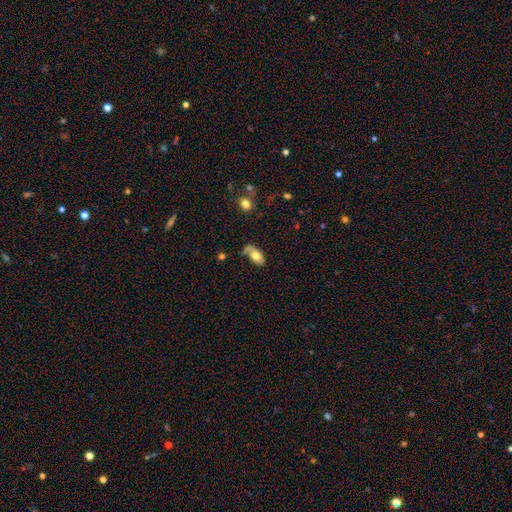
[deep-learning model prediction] smooth_or_featured: smooth (p=0.62) [alt: featured or disk p=0.31]
how_rounded: in between (p=0.90) [alt: cigar-shaped p=0.05]
merging: none (p=0.43) [alt: minor disturbance p=0.28]